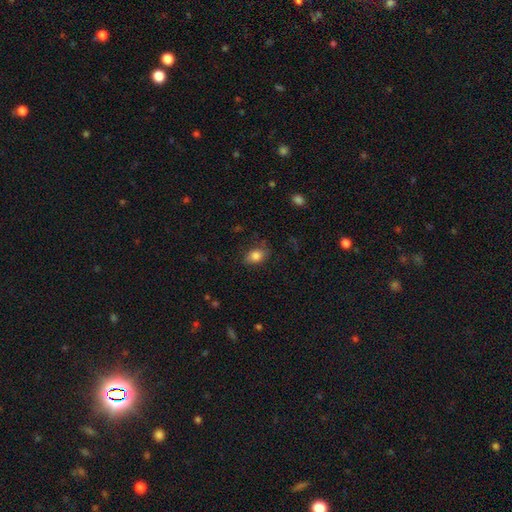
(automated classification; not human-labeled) Smooth or featured: smooth — 84% (star or artifact — 9%)
How rounded: in between — 75% (round — 24%)
Merging: none — 73% (minor disturbance — 19%)